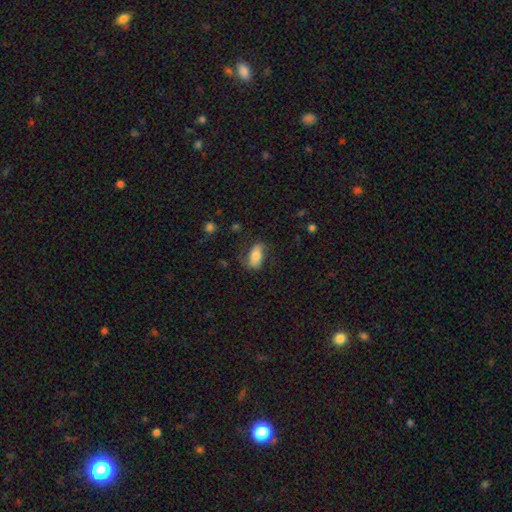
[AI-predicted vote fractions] A smooth galaxy with no disk features (61%) that is in between round and cigar-shaped (86%).

Vote fractions:
- Smooth or featured? smooth: 61% / featured or disk: 31% / star or artifact: 8%
- How rounded? in between: 86% / cigar-shaped: 9% / round: 5%
- Merging? none: 61% / minor disturbance: 23% / major disturbance: 14% / merger: 2%